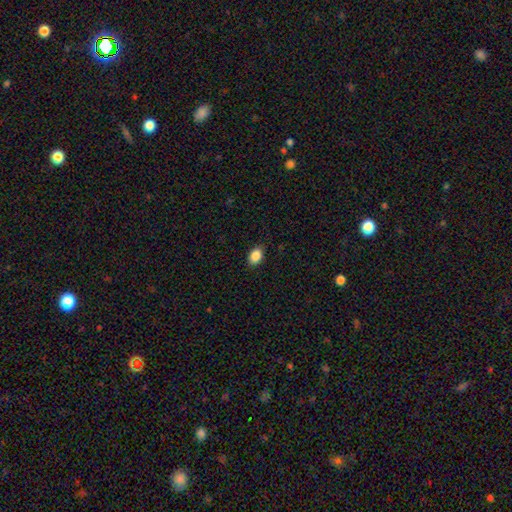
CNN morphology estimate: type=smooth (88%); roundness=in between (82%); merging=none (86%).